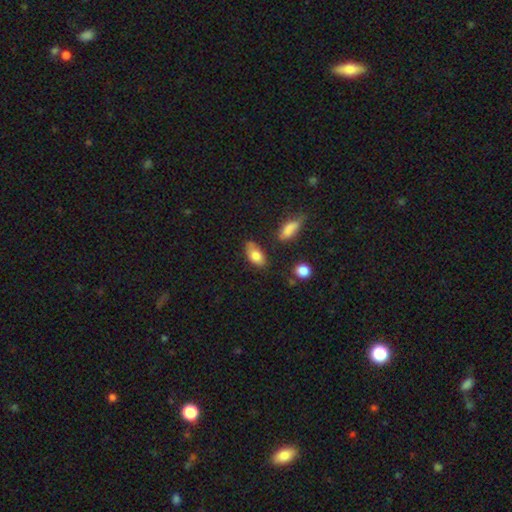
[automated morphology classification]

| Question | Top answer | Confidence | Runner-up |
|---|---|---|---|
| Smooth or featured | smooth | 81% | featured or disk (12%) |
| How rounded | in between | 89% | round (5%) |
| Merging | none | 60% | minor disturbance (27%) |